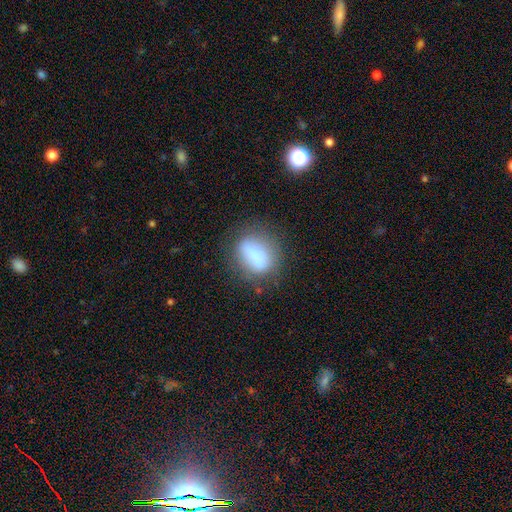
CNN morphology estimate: A smooth galaxy with no disk features (73%) that is in between round and cigar-shaped (64%). Merging: none (63%).